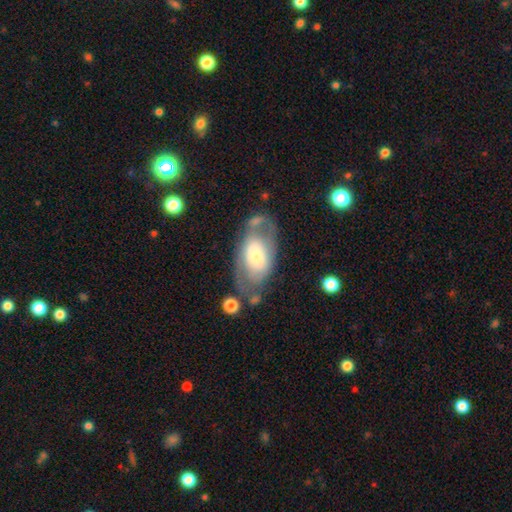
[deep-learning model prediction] Smooth or featured: featured or disk — 51% (smooth — 42%)
Edge-on disk: no — 92% (yes — 8%)
Merging: none — 53% (minor disturbance — 22%)